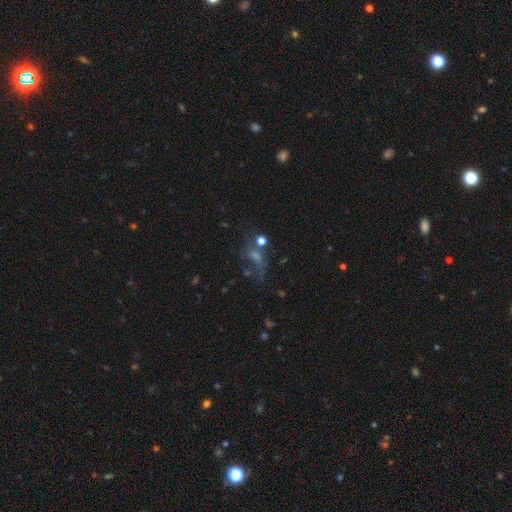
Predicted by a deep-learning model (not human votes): Morphology: type=featured or disk (36%, tied with star or artifact); merging=none (38%).